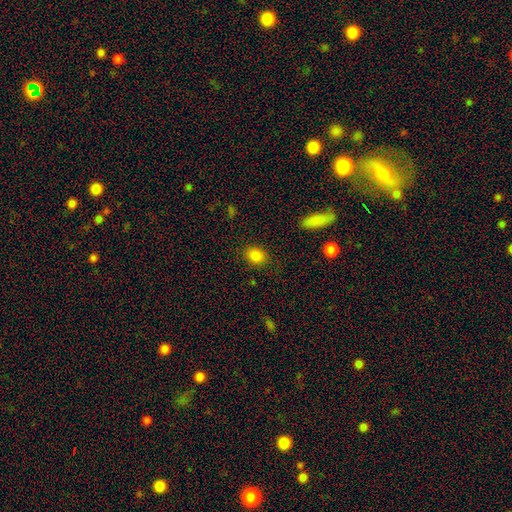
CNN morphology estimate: smooth-or-featured: smooth: 85% | star or artifact: 11% | featured or disk: 5%
  how-rounded: in between: 56% | round: 43% | cigar-shaped: 1%
  merging: none: 84% | minor disturbance: 11% | major disturbance: 3% | merger: 2%